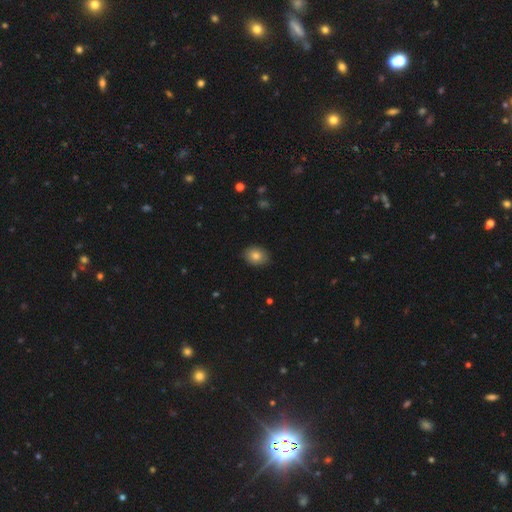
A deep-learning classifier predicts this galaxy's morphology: A smooth galaxy with no disk features (83%) that is in between round and cigar-shaped (61%).

Vote fractions:
- Smooth or featured? smooth: 83% / featured or disk: 9% / star or artifact: 9%
- How rounded? in between: 61% / round: 38% / cigar-shaped: 1%
- Merging? none: 88% / minor disturbance: 9% / major disturbance: 2% / merger: 1%